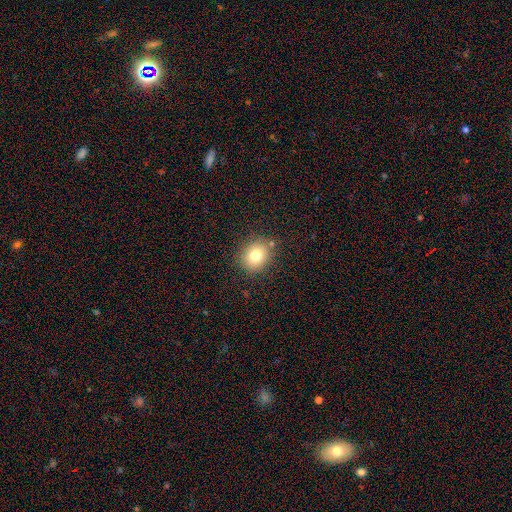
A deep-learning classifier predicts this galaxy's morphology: Smooth or featured: smooth — 77% (star or artifact — 12%)
How rounded: round — 69% (in between — 30%)
Merging: none — 83% (minor disturbance — 11%)